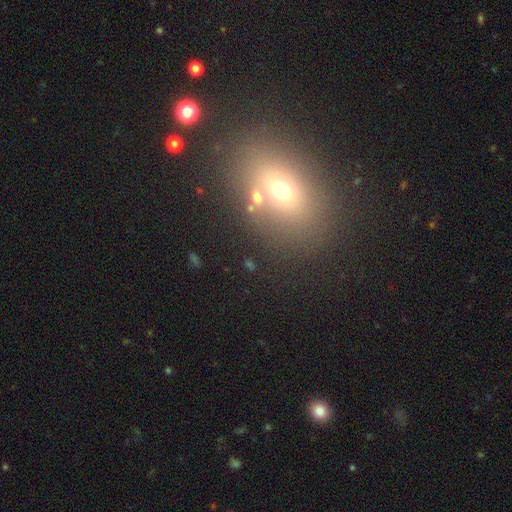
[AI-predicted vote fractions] Smooth or featured? Predicted: smooth (p=0.54). How rounded? Predicted: in between (p=0.67). Merging? Predicted: none (p=0.73).